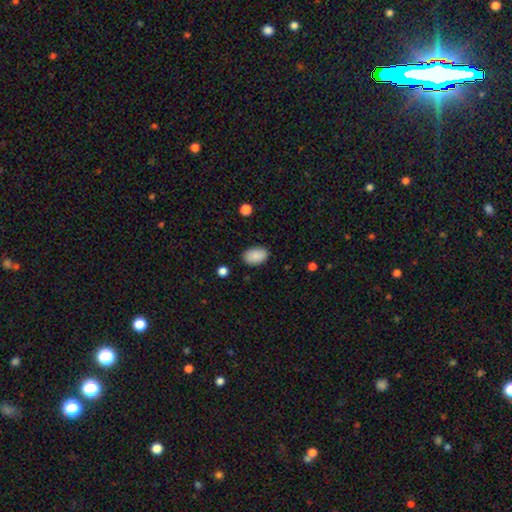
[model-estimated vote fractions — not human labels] A smooth galaxy with no disk features (89%) that is in between round and cigar-shaped (90%). Merging: none (86%).